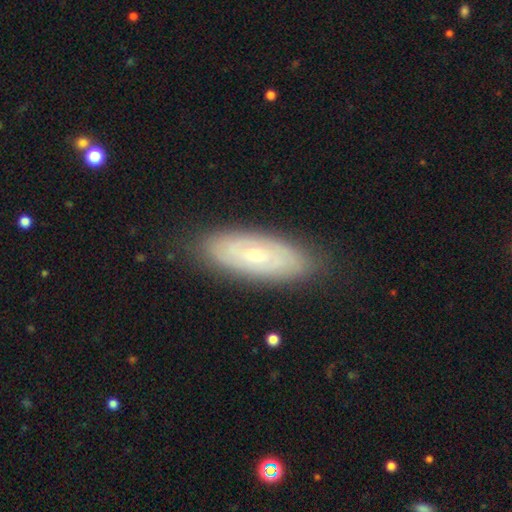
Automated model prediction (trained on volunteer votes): smooth-or-featured: featured or disk: 66% | smooth: 27% | star or artifact: 7%
  disk-edge-on: no: 86% | yes: 14%
    bar: no: 69% | weak: 26% | strong: 5%
    has-spiral-arms: yes: 80% | no: 20%
    bulge-size: small: 64% | moderate: 31% | none: 2% | large: 2% | dominant: 1%
  merging: none: 83% | minor disturbance: 13% | major disturbance: 3% | merger: 1%